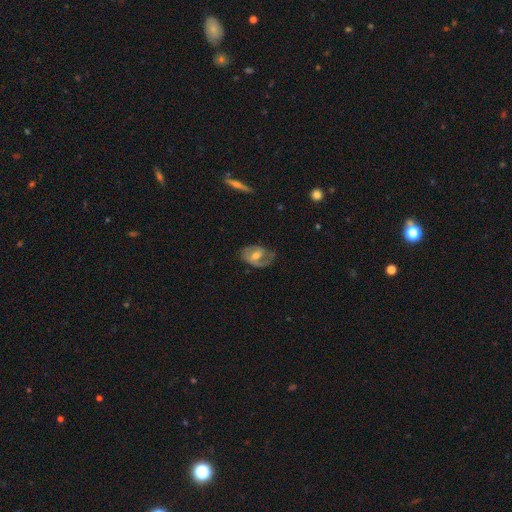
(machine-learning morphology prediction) Q: Smooth or featured?
A: featured or disk (68%); runner-up: smooth (26%)
Q: Edge-on disk?
A: no (94%); runner-up: yes (6%)
Q: Bar?
A: weak (45%); runner-up: no (30%)
Q: Spiral arms?
A: yes (76%); runner-up: no (24%)
Q: Bulge size?
A: moderate (63%); runner-up: small (30%)
Q: Merging?
A: none (62%); runner-up: minor disturbance (24%)